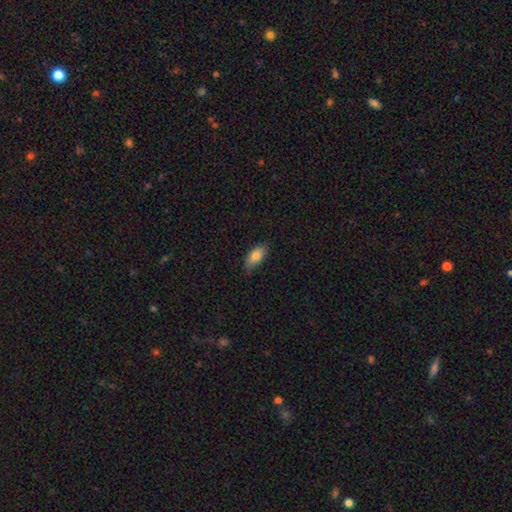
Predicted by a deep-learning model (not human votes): A smooth galaxy with no disk features (81%) that is in between round and cigar-shaped (86%). Merging: none (80%).